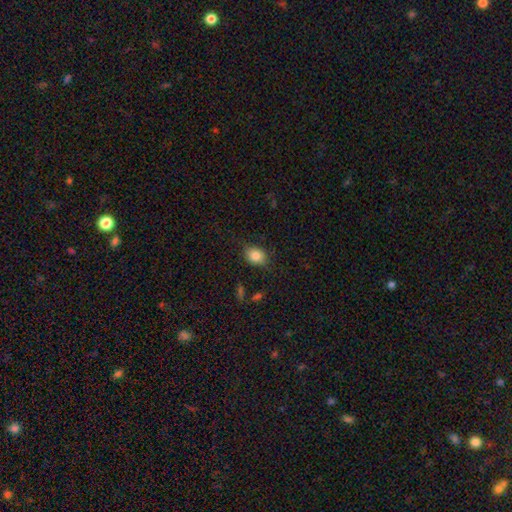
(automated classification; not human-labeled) smooth 83%, star or artifact 9%, featured or disk 8%. Down the decision tree: how rounded — in between (61%); merging — none (75%).